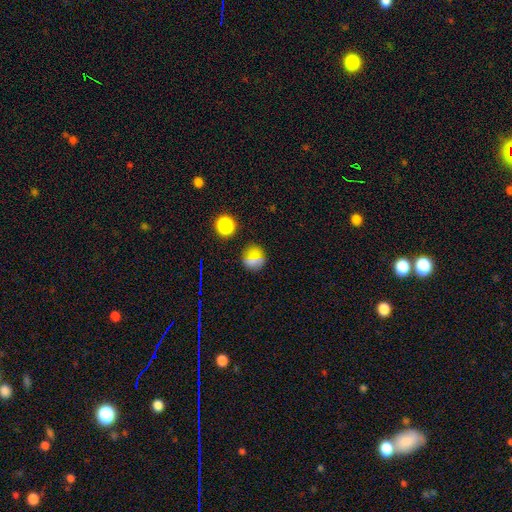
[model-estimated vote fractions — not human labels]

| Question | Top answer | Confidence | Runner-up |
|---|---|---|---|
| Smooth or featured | smooth | 63% | star or artifact (28%) |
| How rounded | round | 89% | in between (9%) |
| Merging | none | 84% | minor disturbance (9%) |